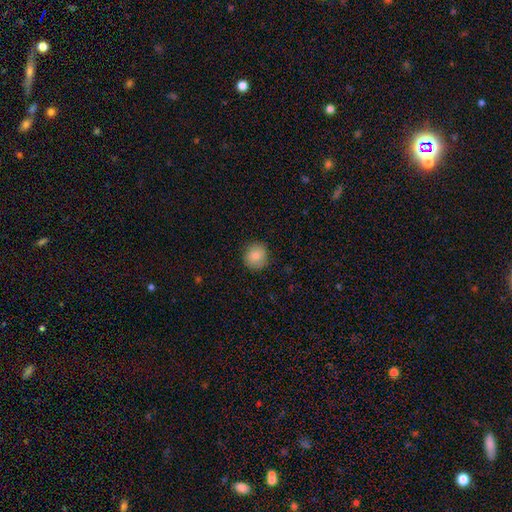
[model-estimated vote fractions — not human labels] A smooth galaxy with no disk features (84%) that is round (89%). Merging: none (88%).